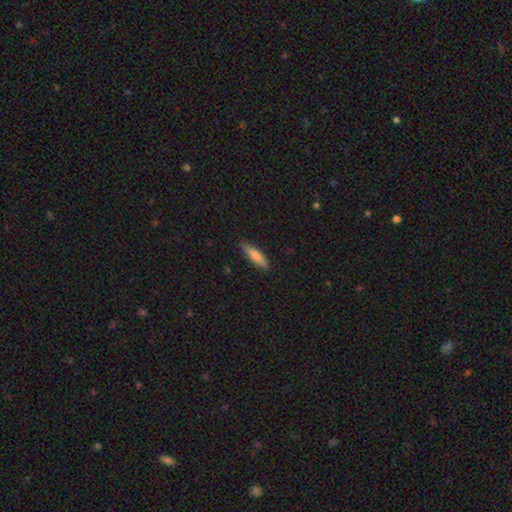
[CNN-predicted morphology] type=smooth (67%); roundness=cigar-shaped (80%); merging=none (87%).